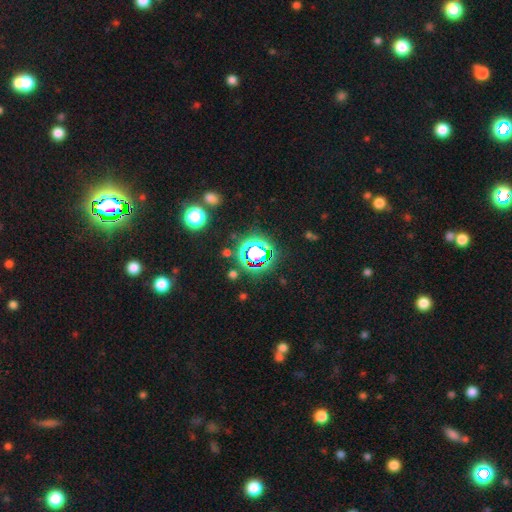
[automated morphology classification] star or artifact 78%, smooth 14%, featured or disk 8%.